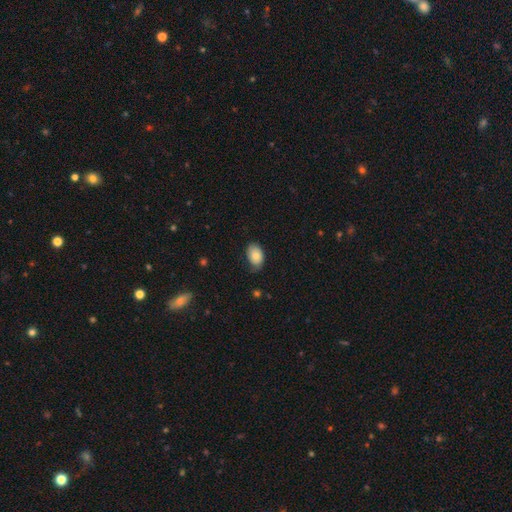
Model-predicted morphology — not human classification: This appears to be a smooth galaxy with no disk features (80%) that is in between round and cigar-shaped (88%). Merging: none (63%).